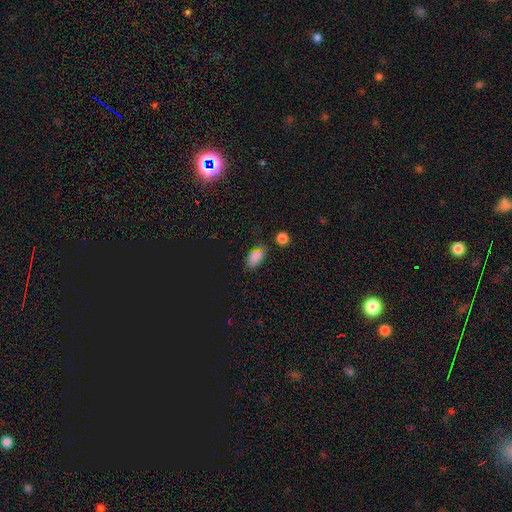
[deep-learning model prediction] Smooth or featured: smooth — 77% (star or artifact — 17%)
How rounded: in between — 89% (round — 8%)
Merging: none — 66% (minor disturbance — 22%)